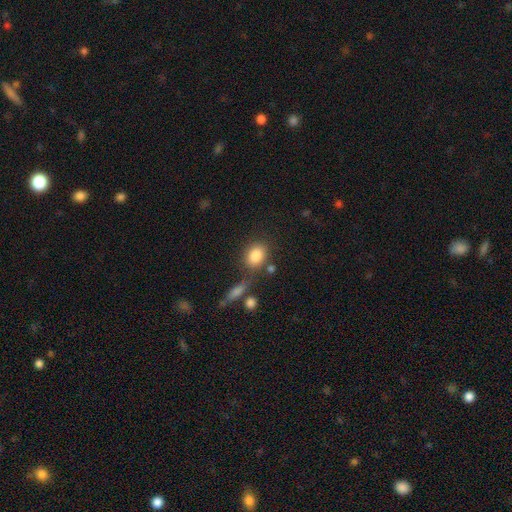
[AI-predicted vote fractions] Overall: smooth (84%). How rounded: in between (55%; round 43%). Merging: none (69%).